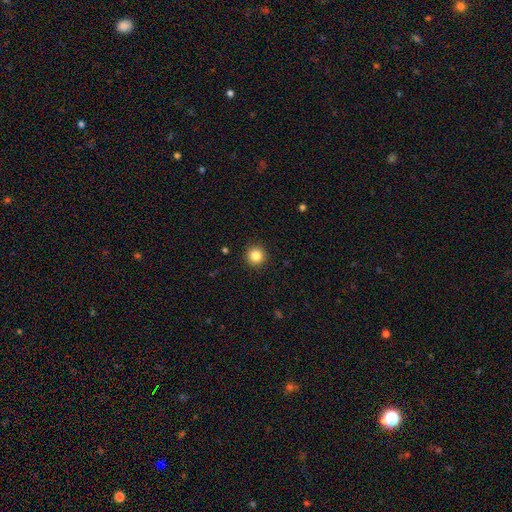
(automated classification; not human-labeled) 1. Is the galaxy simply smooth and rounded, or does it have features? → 85% smooth, 10% star or artifact, 5% featured or disk.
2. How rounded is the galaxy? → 96% round, 3% in between, 1% cigar-shaped.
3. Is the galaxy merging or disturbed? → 93% none, 5% minor disturbance, 2% major disturbance, 1% merger.